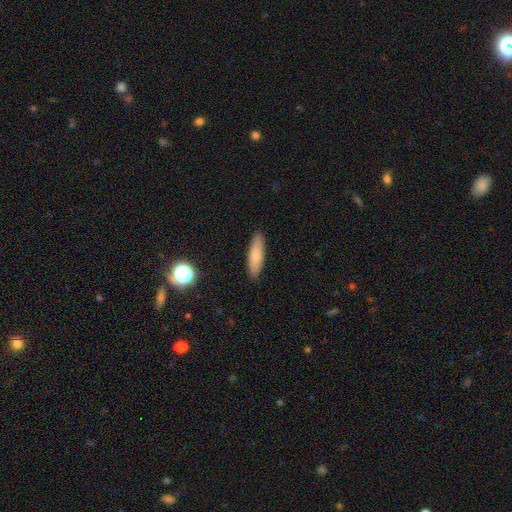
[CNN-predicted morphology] Q: Smooth or featured?
A: smooth (77%); runner-up: featured or disk (16%)
Q: How rounded?
A: cigar-shaped (62%); runner-up: in between (36%)
Q: Merging?
A: none (89%); runner-up: minor disturbance (8%)